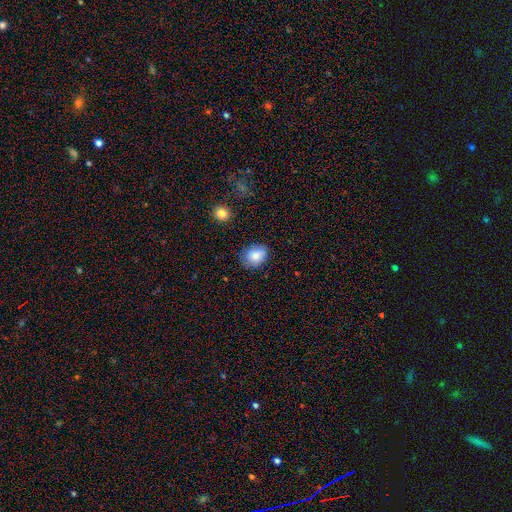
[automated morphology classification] smooth 81%, featured or disk 10%, star or artifact 9%. Down the decision tree: how rounded — in between (57%); merging — none (75%).